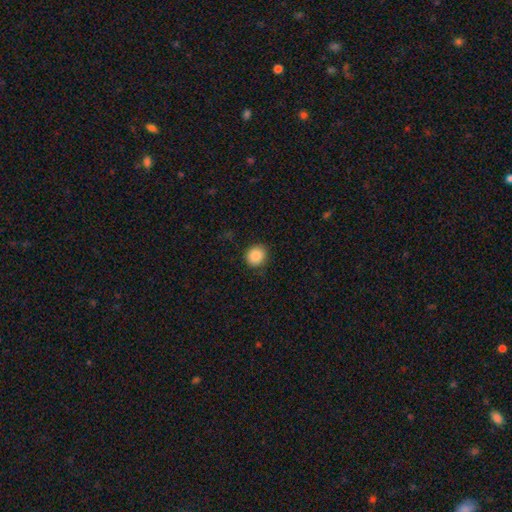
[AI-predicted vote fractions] This appears to be a smooth galaxy with no disk features (88%) that is round (79%). Merging: none (86%).